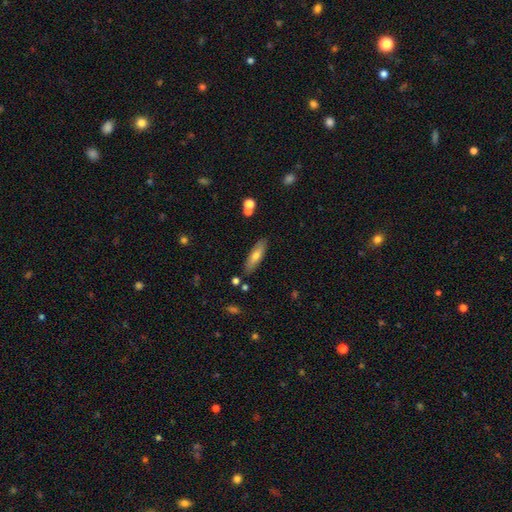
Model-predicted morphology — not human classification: A smooth galaxy with no disk features (63%) that is cigar-shaped (55%). Merging: none (84%).